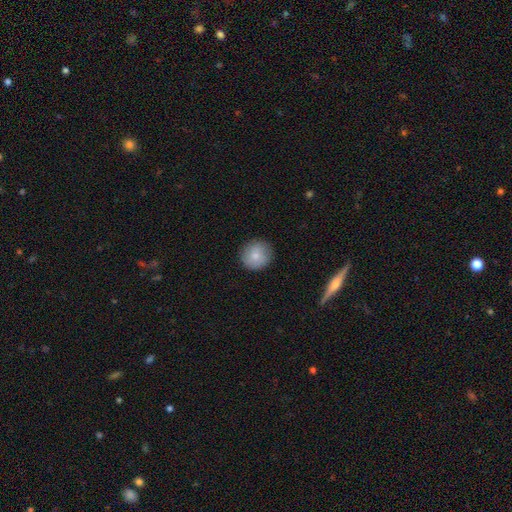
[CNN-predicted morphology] Overall: smooth (82%). How rounded: round (93%). Merging: none (88%).